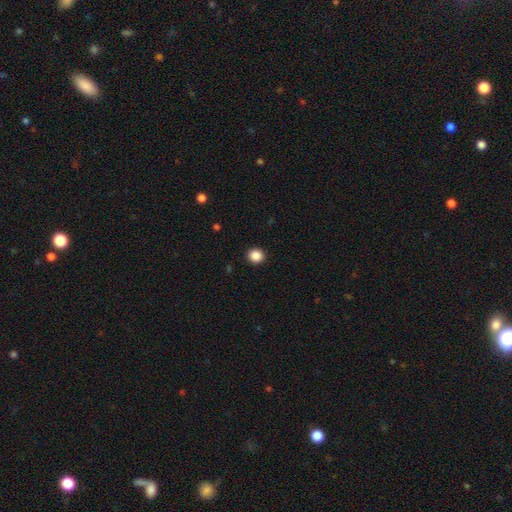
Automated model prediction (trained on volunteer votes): Smooth or featured? smooth (88%)
How rounded? round (81%)
Merging? none (92%)